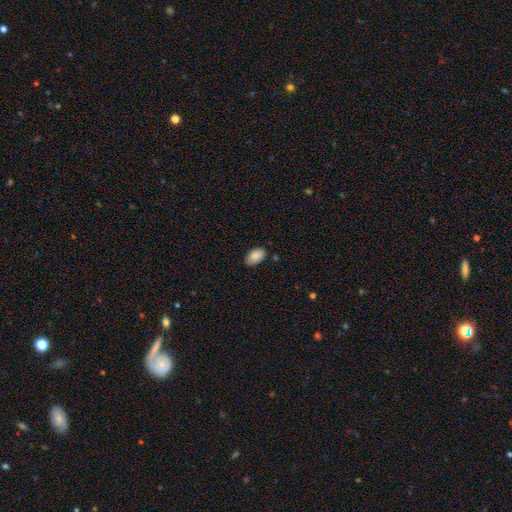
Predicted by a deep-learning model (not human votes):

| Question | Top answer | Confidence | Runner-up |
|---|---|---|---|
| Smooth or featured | smooth | 87% | star or artifact (7%) |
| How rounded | in between | 94% | round (5%) |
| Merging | none | 79% | minor disturbance (17%) |